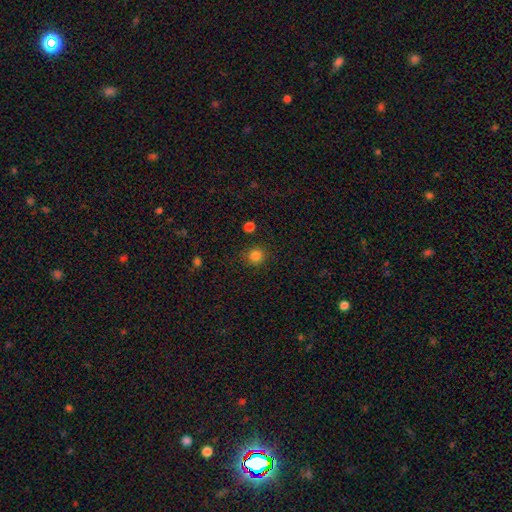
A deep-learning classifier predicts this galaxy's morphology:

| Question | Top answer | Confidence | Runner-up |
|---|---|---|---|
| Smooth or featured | smooth | 84% | star or artifact (13%) |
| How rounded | round | 92% | in between (7%) |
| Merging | none | 88% | minor disturbance (7%) |